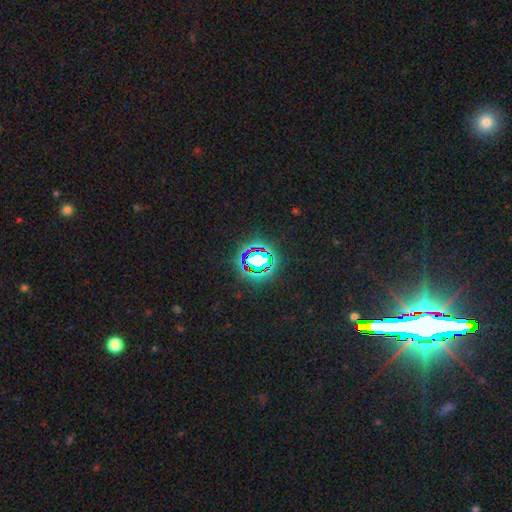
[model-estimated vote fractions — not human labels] smooth_or_featured: star or artifact (p=0.82) [alt: smooth p=0.09]